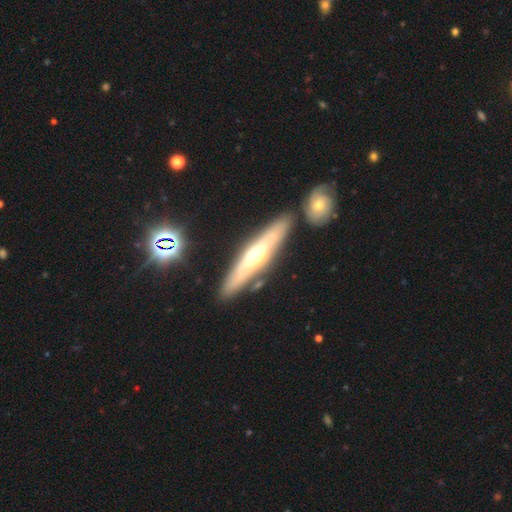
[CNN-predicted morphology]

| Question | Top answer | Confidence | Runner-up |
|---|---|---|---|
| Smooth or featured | featured or disk | 57% | smooth (35%) |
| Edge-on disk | yes | 85% | no (15%) |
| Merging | none | 82% | minor disturbance (10%) |